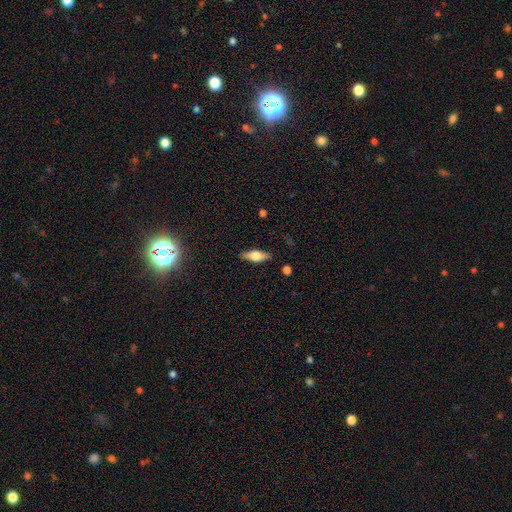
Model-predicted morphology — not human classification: featured or disk 47%, smooth 46%, star or artifact 7%. Down the decision tree: merging — none (87%).